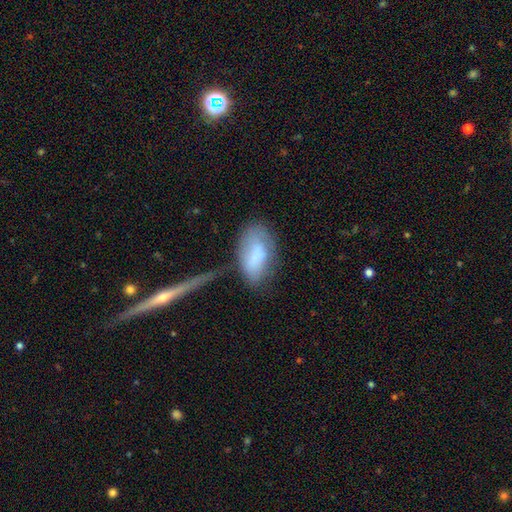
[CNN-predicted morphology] A smooth galaxy with no disk features (70%) that is in between round and cigar-shaped (91%). Merging: none (41%).